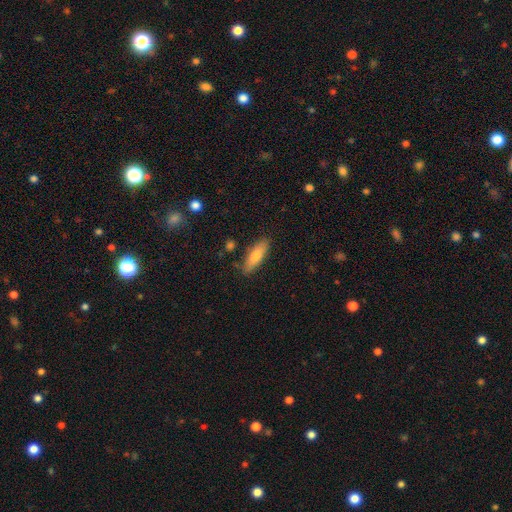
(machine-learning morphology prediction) Overall: smooth (75%). How rounded: cigar-shaped (54%; in between 44%). Merging: none (85%).